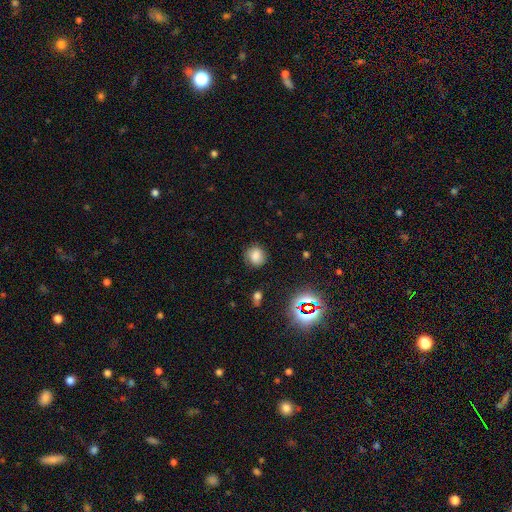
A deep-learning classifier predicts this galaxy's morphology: Overall: smooth (77%). How rounded: round (79%). Merging: none (79%).